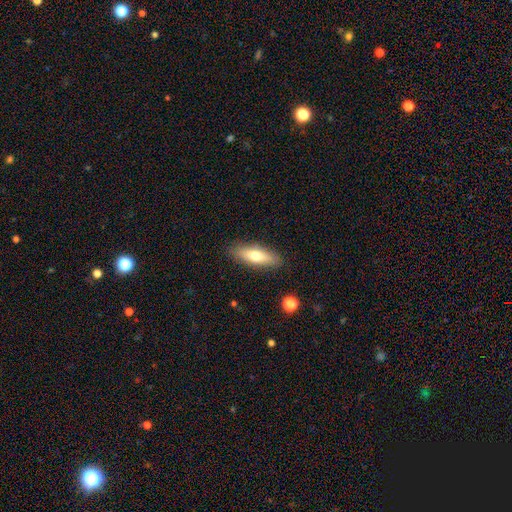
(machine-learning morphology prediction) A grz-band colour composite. It shows a smooth galaxy with no disk features (67%) that is in between round and cigar-shaped (50%). Merging: none (87%).